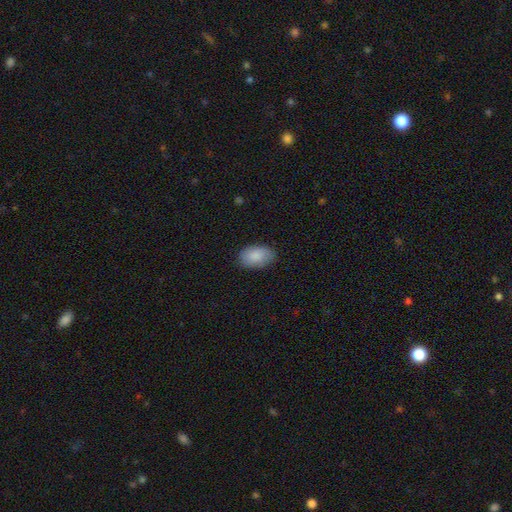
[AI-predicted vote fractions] Smooth or featured?
  - smooth: 87% *
  - featured or disk: 7%
  - star or artifact: 6%
How rounded?
  - in between: 92% *
  - round: 7%
  - cigar-shaped: 1%
Merging?
  - none: 84% *
  - minor disturbance: 13%
  - major disturbance: 3%
  - merger: 1%